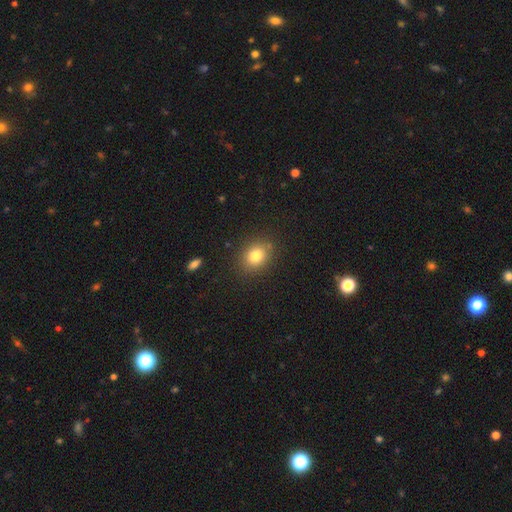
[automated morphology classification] Smooth or featured?
  - smooth: 80% *
  - star or artifact: 12%
  - featured or disk: 8%
How rounded?
  - round: 54% *
  - in between: 45%
  - cigar-shaped: 1%
Merging?
  - none: 85% *
  - minor disturbance: 10%
  - major disturbance: 3%
  - merger: 2%